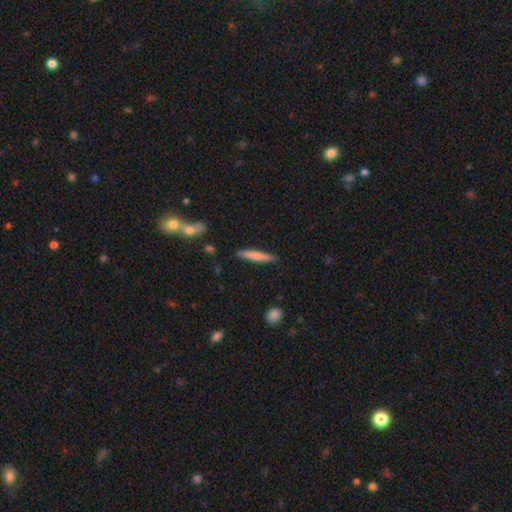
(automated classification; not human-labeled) Morphology: type=smooth (70%); roundness=cigar-shaped (93%); merging=none (88%).